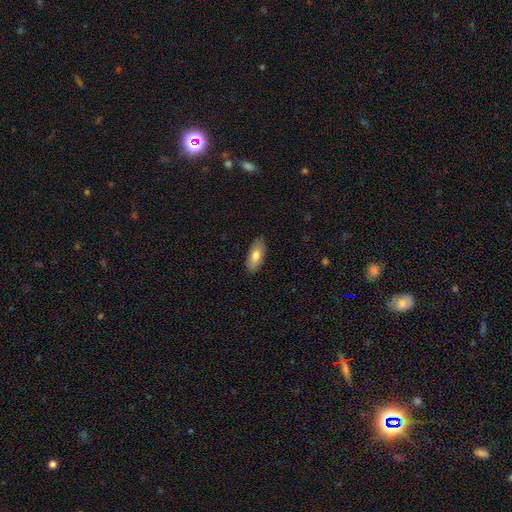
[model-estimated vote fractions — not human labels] Smooth or featured? Predicted: smooth (p=0.76). How rounded? Predicted: in between (p=0.83). Merging? Predicted: none (p=0.85).